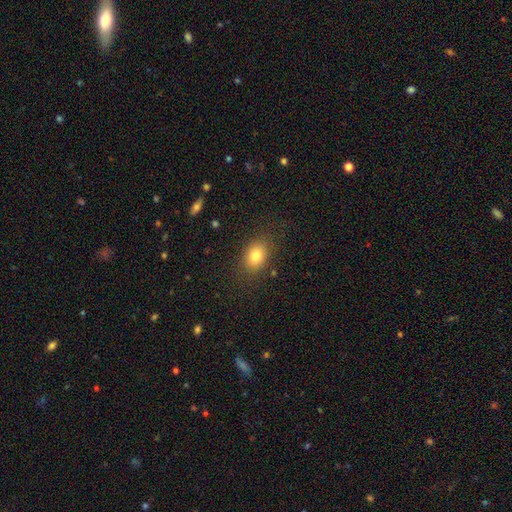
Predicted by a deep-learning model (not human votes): smooth 79%, star or artifact 11%, featured or disk 10%. Down the decision tree: how rounded — in between (70%); merging — none (83%).